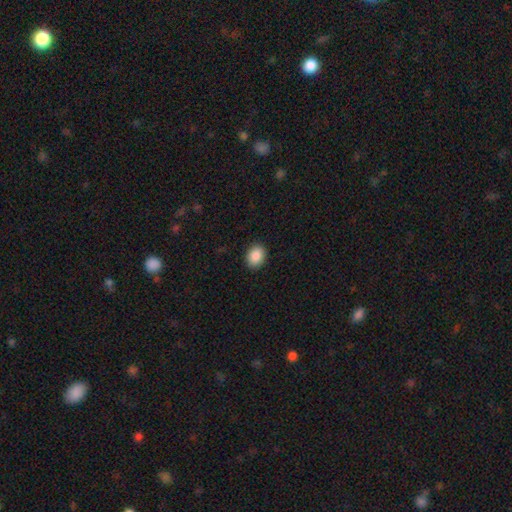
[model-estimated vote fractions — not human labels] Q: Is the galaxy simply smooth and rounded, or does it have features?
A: smooth — 89%.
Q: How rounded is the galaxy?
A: in between — 63%.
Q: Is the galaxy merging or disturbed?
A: none — 90%.